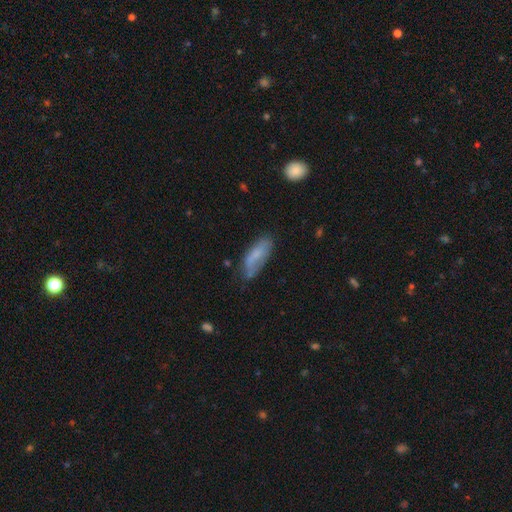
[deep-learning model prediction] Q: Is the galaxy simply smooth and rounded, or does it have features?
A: smooth — 67%.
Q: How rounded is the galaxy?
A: in between — 66%.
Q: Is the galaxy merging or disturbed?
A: none — 53%.